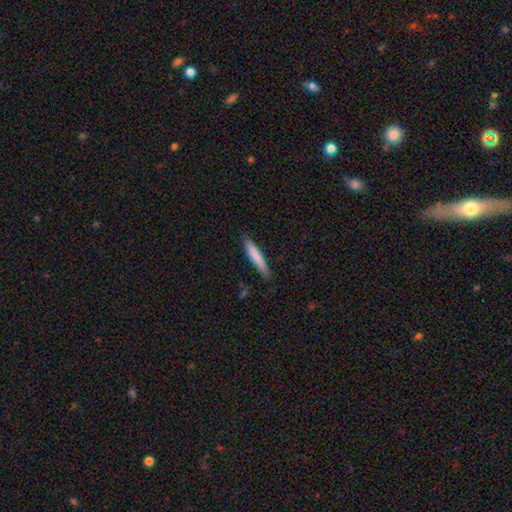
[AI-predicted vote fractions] Smooth or featured: smooth — 78% (featured or disk — 16%)
How rounded: cigar-shaped — 89% (in between — 10%)
Merging: none — 86% (minor disturbance — 11%)